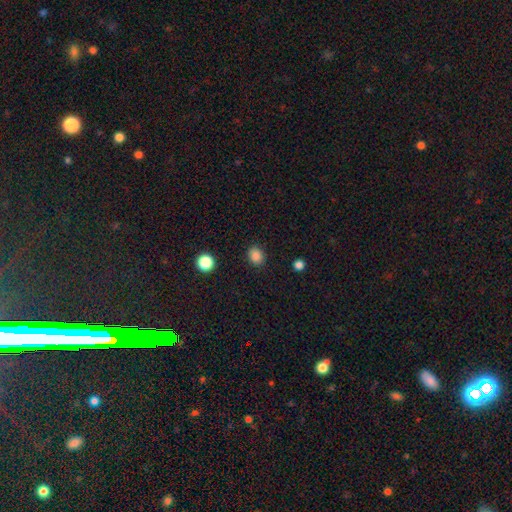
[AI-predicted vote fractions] This is clearly a smooth galaxy (86%). How rounded: likely round (65%). Merging: clearly none (89%).